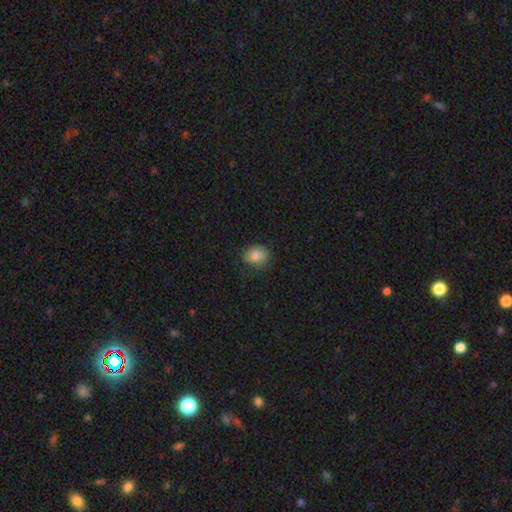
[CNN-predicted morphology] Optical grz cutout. It shows a smooth galaxy with no disk features (82%) that is in between round and cigar-shaped (52%). Merging: none (71%).